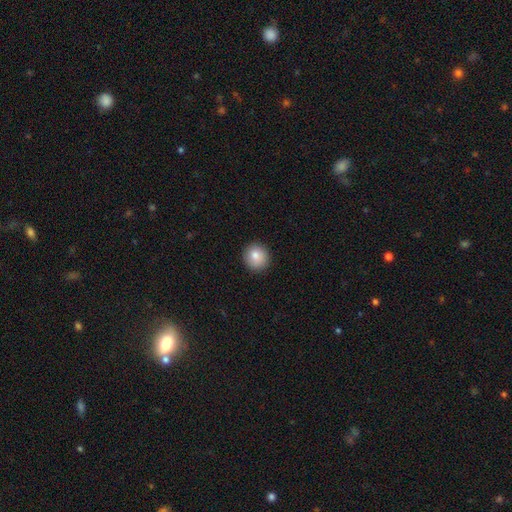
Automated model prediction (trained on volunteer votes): Smooth or featured? Predicted: smooth (p=0.84). How rounded? Predicted: round (p=0.91). Merging? Predicted: none (p=0.91).